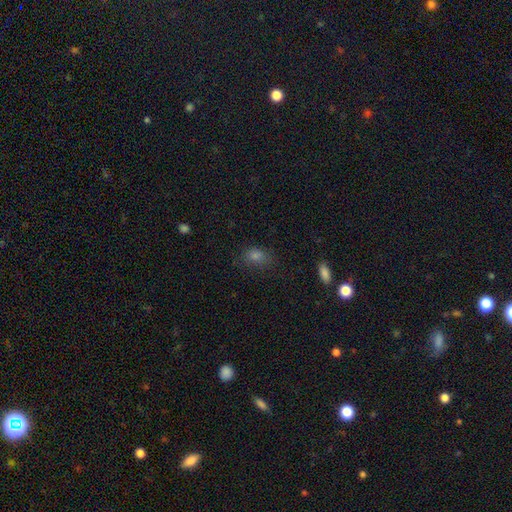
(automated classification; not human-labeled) The model was most divided on "how rounded": in between: 71%, round: 27%, cigar-shaped: 2%. More confident: smooth or featured — smooth (72%); merging — none (72%).